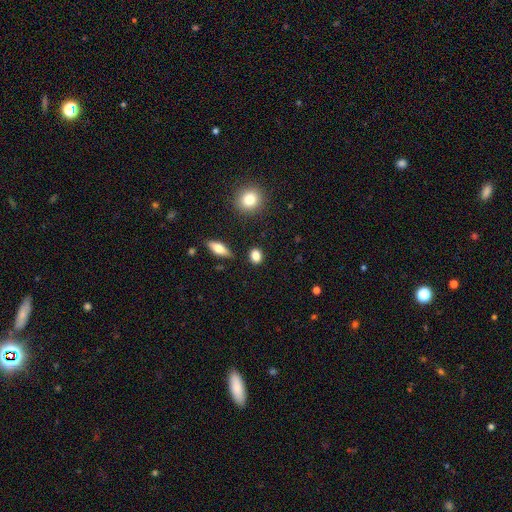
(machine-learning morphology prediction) Q: Smooth or featured?
A: smooth (85%); runner-up: star or artifact (10%)
Q: How rounded?
A: round (50%); runner-up: in between (47%)
Q: Merging?
A: none (86%); runner-up: minor disturbance (9%)